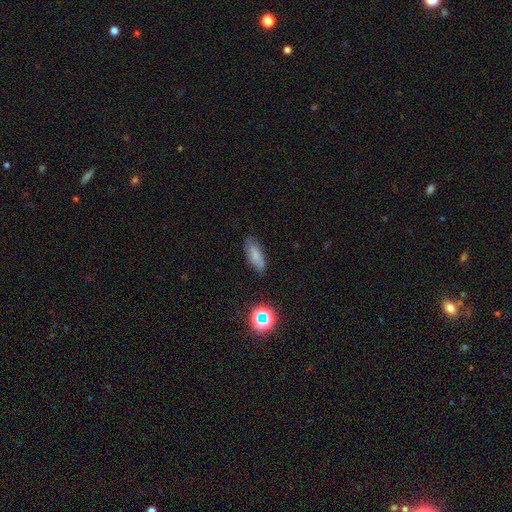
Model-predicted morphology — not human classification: A smooth galaxy with no disk features (76%) that is in between round and cigar-shaped (68%). Merging: none (79%).